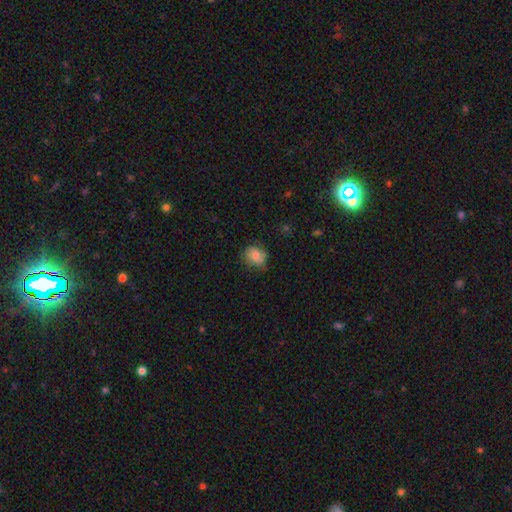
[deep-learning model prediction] This appears to be a smooth galaxy with no disk features (58%) that is round (67%). Merging: none (64%).